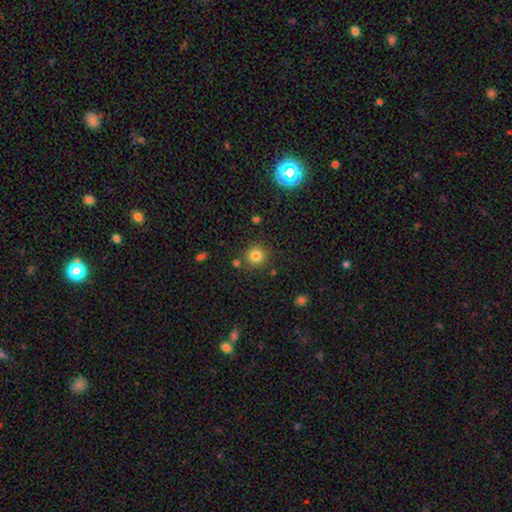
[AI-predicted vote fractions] The model was most divided on "smooth or featured": smooth: 82%, star or artifact: 13%, featured or disk: 6%. More confident: how rounded — round (93%); merging — none (84%).